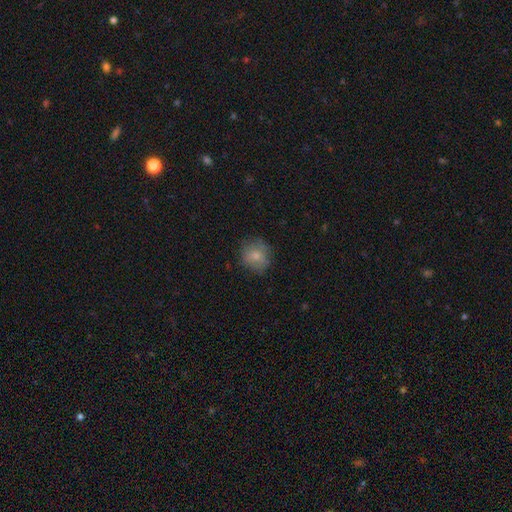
smooth_or_featured: smooth (p=0.92) [alt: featured or disk p=0.05]
how_rounded: round (p=0.72) [alt: in between p=0.25]
merging: none (p=0.76) [alt: minor disturbance p=0.16]